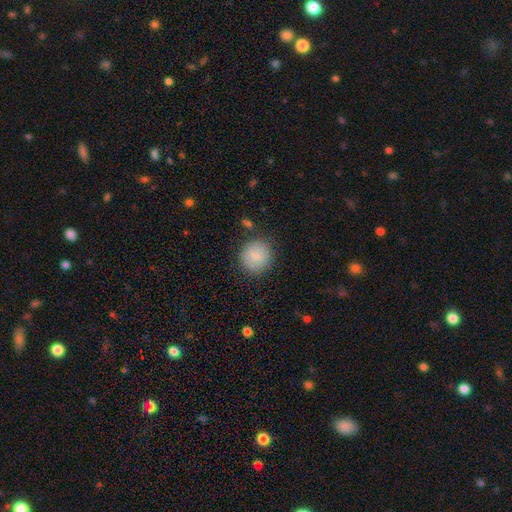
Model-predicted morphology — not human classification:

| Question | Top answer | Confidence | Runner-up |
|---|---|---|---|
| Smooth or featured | smooth | 85% | featured or disk (8%) |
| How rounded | round | 92% | in between (7%) |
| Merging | none | 84% | minor disturbance (10%) |